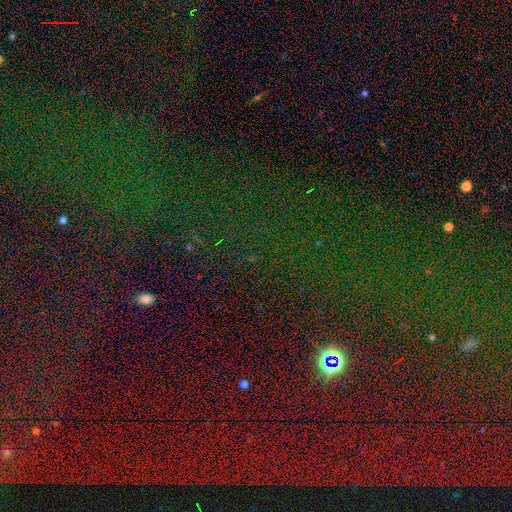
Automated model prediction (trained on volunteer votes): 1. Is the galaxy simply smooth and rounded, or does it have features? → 81% star or artifact, 11% smooth, 8% featured or disk.